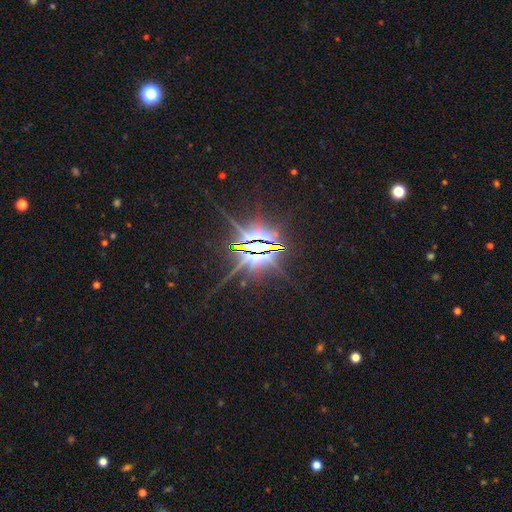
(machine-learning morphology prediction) star or artifact 83%, featured or disk 11%, smooth 6%.